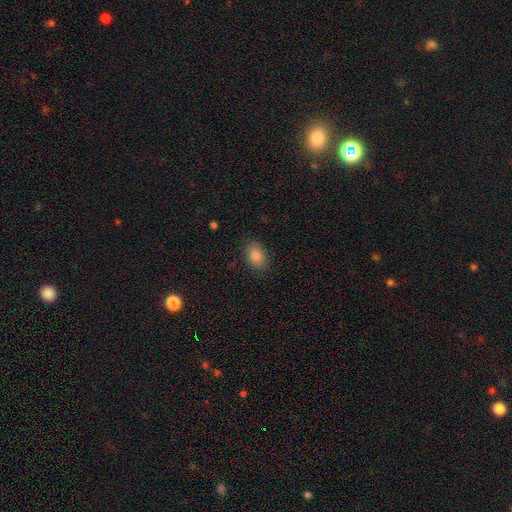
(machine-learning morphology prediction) Smooth or featured? Predicted: smooth (p=0.80). How rounded? Predicted: in between (p=0.83). Merging? Predicted: none (p=0.86).